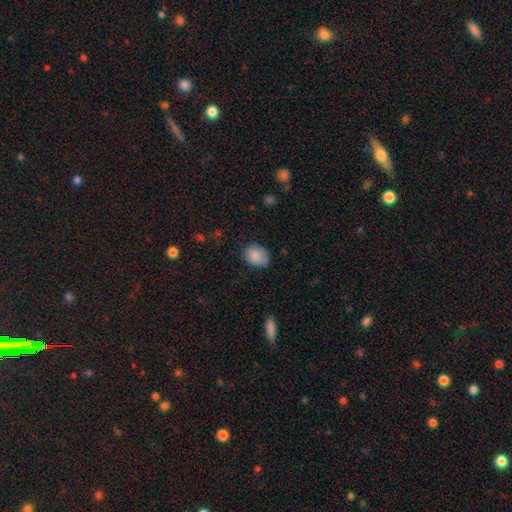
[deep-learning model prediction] Morphology: type=smooth (86%); roundness=in between (63%); merging=none (70%).